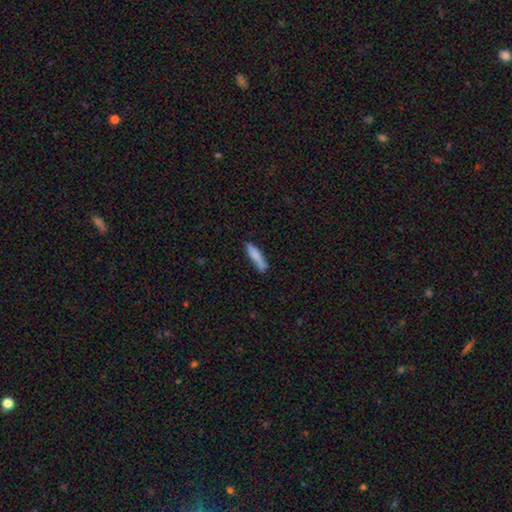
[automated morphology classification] Smooth or featured? smooth (80%)
How rounded? cigar-shaped (77%)
Merging? none (68%)